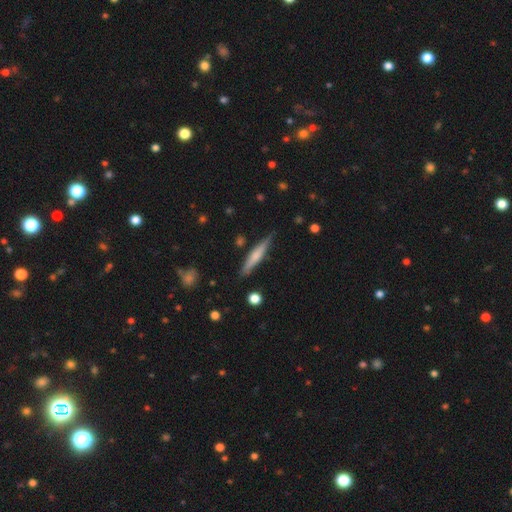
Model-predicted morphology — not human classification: smooth_or_featured: smooth (p=0.53) [alt: featured or disk p=0.41]
how_rounded: cigar-shaped (p=0.91) [alt: in between p=0.07]
merging: none (p=0.84) [alt: minor disturbance p=0.12]